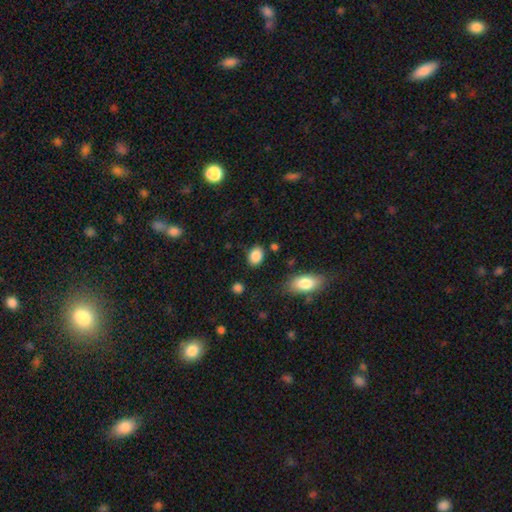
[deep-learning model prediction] smooth-or-featured: smooth: 87% | star or artifact: 8% | featured or disk: 5%
  how-rounded: in between: 71% | round: 28% | cigar-shaped: 1%
  merging: none: 82% | minor disturbance: 12% | major disturbance: 3% | merger: 3%